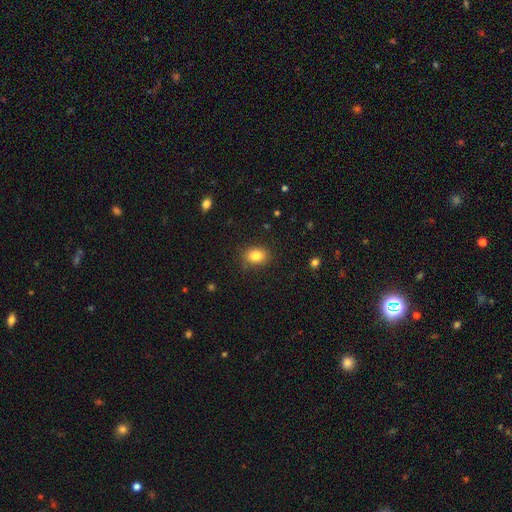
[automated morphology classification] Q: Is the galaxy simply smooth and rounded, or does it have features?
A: smooth — 84%.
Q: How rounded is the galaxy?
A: in between — 70%.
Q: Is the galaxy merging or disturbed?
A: none — 84%.